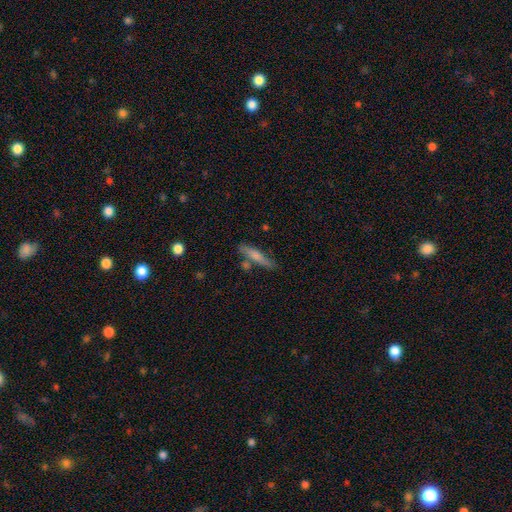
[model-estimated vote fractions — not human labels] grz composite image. It shows a smooth galaxy with no disk features (66%) that is cigar-shaped (85%). Merging: none (71%).